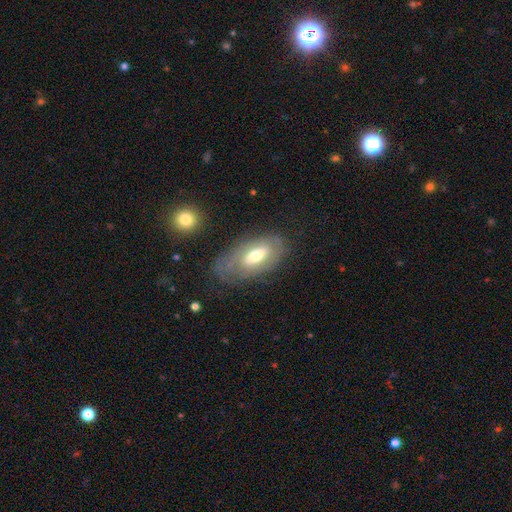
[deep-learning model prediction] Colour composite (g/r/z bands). It shows a featured or disk galaxy (57%). Merging: none (65%).